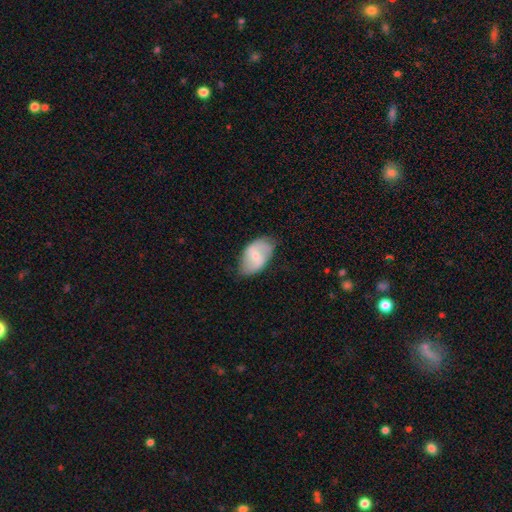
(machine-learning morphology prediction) smooth-or-featured: smooth: 49% | featured or disk: 45% | star or artifact: 6%
  merging: none: 69% | minor disturbance: 24% | major disturbance: 6% | merger: 1%